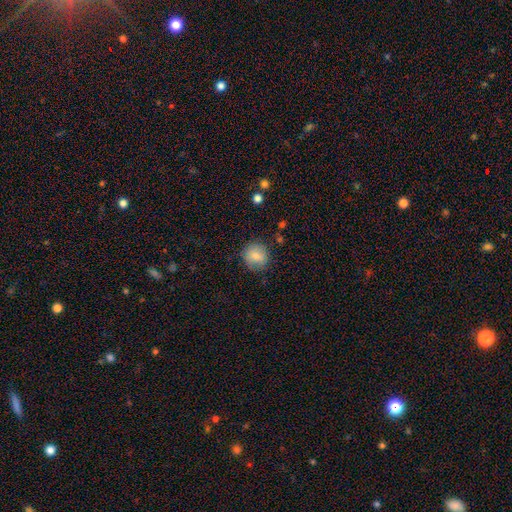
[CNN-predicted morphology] Overall: smooth (80%). How rounded: round (85%). Merging: none (82%).